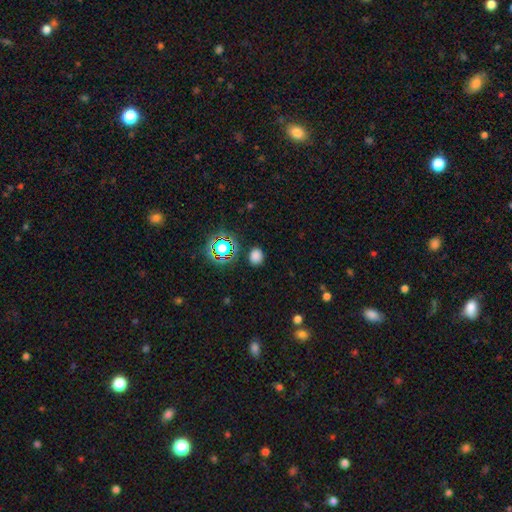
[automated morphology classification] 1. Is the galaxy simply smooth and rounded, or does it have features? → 74% smooth, 21% star or artifact, 5% featured or disk.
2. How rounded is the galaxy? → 63% round, 36% in between, 1% cigar-shaped.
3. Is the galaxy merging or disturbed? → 86% none, 9% minor disturbance, 3% major disturbance, 2% merger.